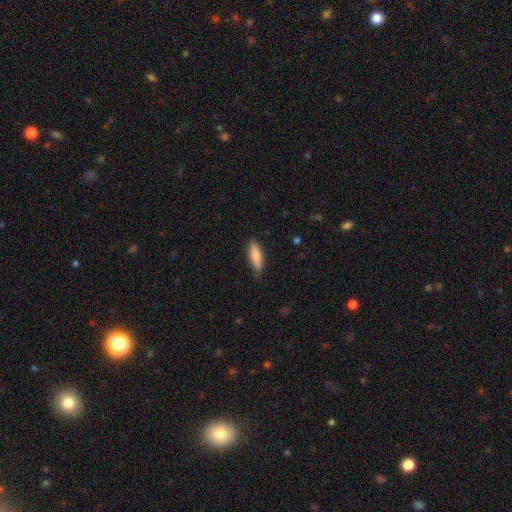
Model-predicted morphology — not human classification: This is clearly a smooth galaxy (82%). How rounded: possibly cigar-shaped (56%). Merging: clearly none (81%).